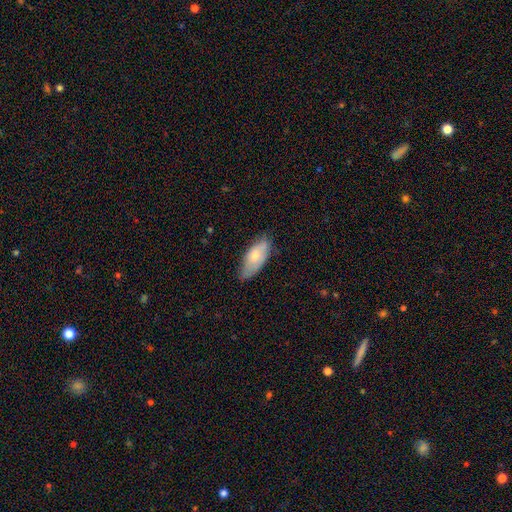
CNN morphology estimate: smooth 69%, featured or disk 25%, star or artifact 6%. Down the decision tree: how rounded — in between (86%); merging — none (64%).